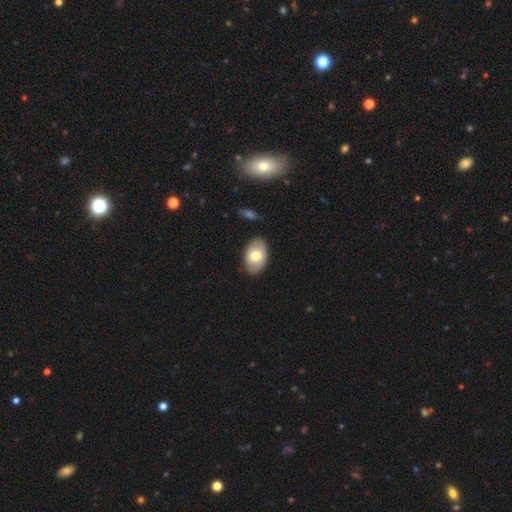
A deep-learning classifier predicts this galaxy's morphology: Smooth or featured? Predicted: smooth (p=0.68). How rounded? Predicted: in between (p=0.89). Merging? Predicted: none (p=0.84).